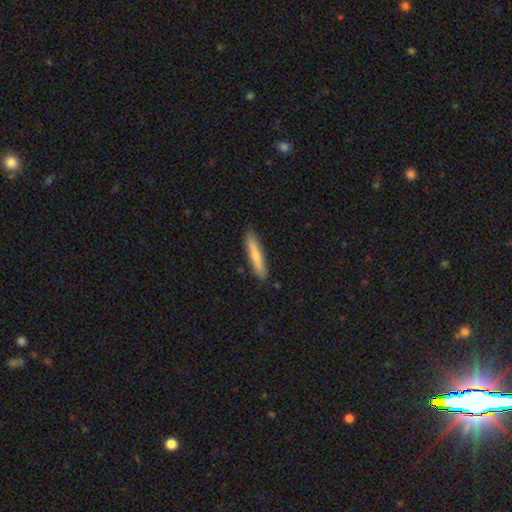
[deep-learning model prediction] A smooth galaxy with no disk features (67%) that is cigar-shaped (90%).

Vote fractions:
- Smooth or featured? smooth: 67% / featured or disk: 28% / star or artifact: 6%
- How rounded? cigar-shaped: 90% / in between: 8% / round: 1%
- Merging? none: 87% / minor disturbance: 9% / major disturbance: 2% / merger: 1%